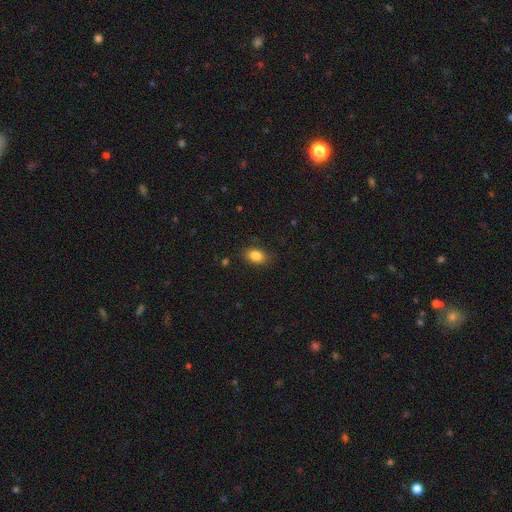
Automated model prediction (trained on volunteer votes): Smooth or featured? Predicted: smooth (p=0.85). How rounded? Predicted: in between (p=0.81). Merging? Predicted: none (p=0.83).